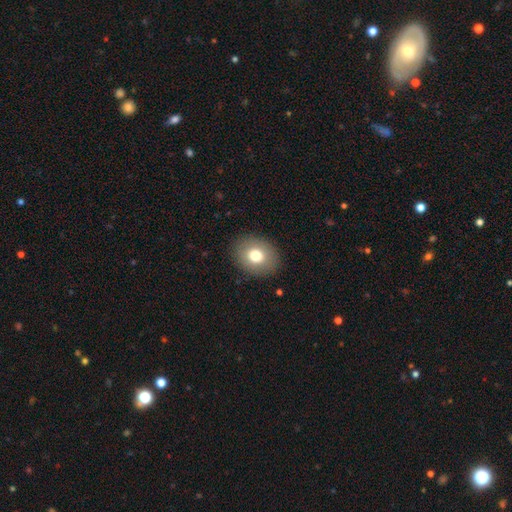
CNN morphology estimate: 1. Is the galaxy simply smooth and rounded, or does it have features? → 76% smooth, 15% featured or disk, 10% star or artifact.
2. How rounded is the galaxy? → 50% round, 49% in between, 1% cigar-shaped.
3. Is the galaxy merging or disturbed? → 88% none, 8% minor disturbance, 3% major disturbance, 1% merger.